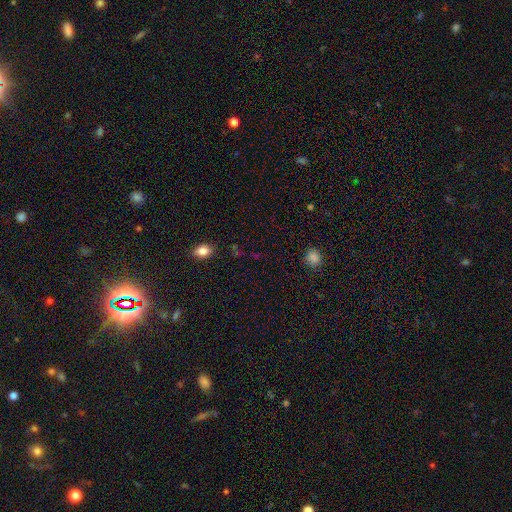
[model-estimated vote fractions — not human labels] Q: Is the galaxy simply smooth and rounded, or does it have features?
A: smooth — 53%.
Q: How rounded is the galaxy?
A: in between — 49%.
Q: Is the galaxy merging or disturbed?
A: none — 75%.